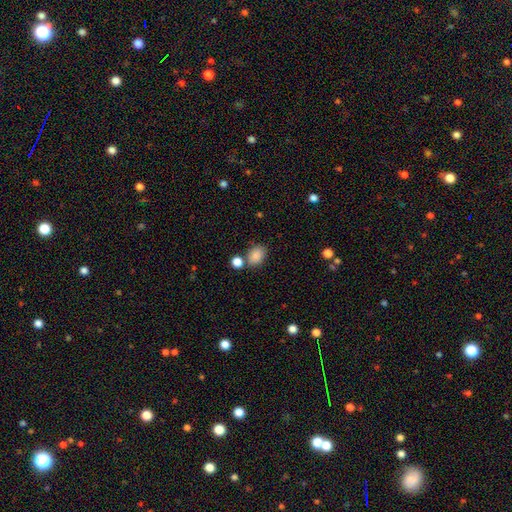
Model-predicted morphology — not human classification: This appears to be a smooth galaxy with no disk features (87%) that is in between round and cigar-shaped (73%). Merging: none (69%).